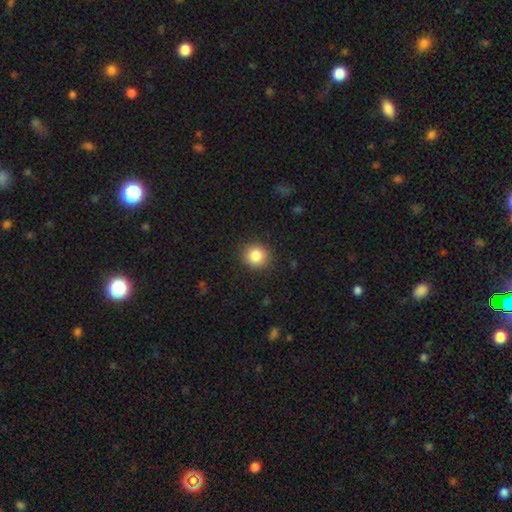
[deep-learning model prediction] The model was most divided on "how rounded": round: 86%, in between: 13%, cigar-shaped: 1%. More confident: merging — none (90%); smooth or featured — smooth (85%).